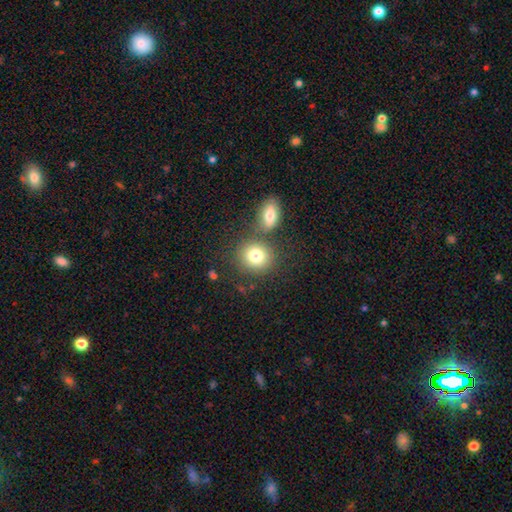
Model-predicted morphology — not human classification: Smooth or featured? Predicted: smooth (p=0.80). How rounded? Predicted: round (p=0.81). Merging? Predicted: none (p=0.65).